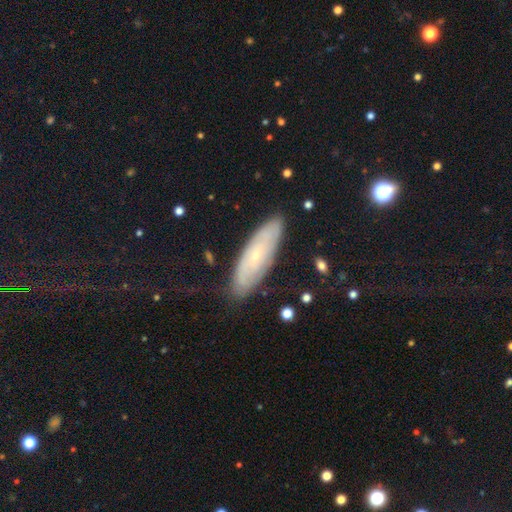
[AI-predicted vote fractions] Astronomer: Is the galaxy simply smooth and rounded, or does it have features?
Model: featured or disk — 57% (runner-up: smooth, 33%).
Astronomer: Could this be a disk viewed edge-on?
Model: no — 72%.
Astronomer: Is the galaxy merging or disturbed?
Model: none — 83%.